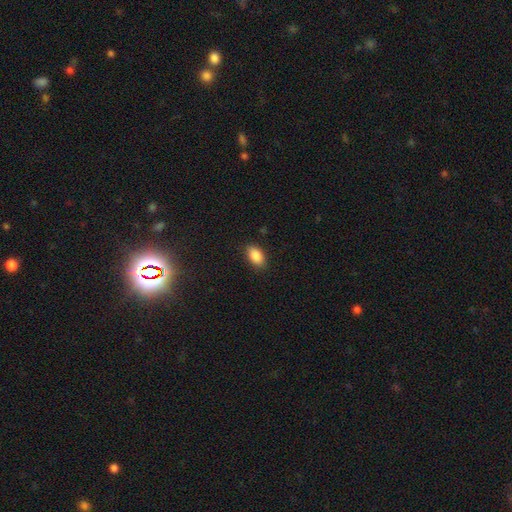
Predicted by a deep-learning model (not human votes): smooth 88%, star or artifact 8%, featured or disk 4%. Down the decision tree: how rounded — in between (91%); merging — none (87%).